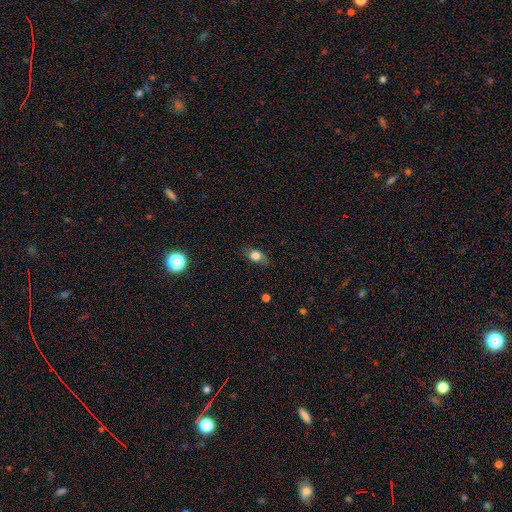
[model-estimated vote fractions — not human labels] This is likely a smooth galaxy (74%). How rounded: likely in between (74%). Merging: likely none (75%).